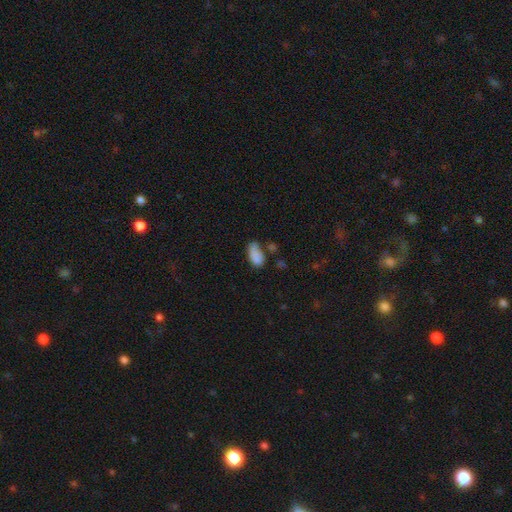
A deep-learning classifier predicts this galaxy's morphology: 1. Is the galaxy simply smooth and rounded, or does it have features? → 81% smooth, 10% featured or disk, 9% star or artifact.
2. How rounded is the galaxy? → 91% in between, 4% round, 4% cigar-shaped.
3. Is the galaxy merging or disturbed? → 40% none, 26% minor disturbance, 17% major disturbance, 17% merger.